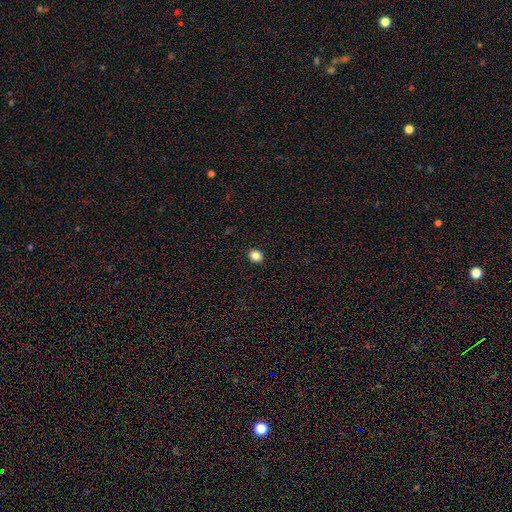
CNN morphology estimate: Q: Smooth or featured?
A: smooth (84%); runner-up: star or artifact (11%)
Q: How rounded?
A: round (79%); runner-up: in between (20%)
Q: Merging?
A: none (92%); runner-up: minor disturbance (5%)